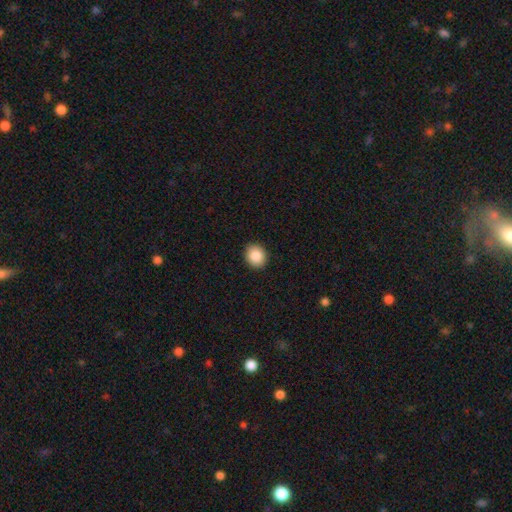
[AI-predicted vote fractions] This is clearly a smooth galaxy (87%). How rounded: likely round (69%). Merging: clearly none (91%).